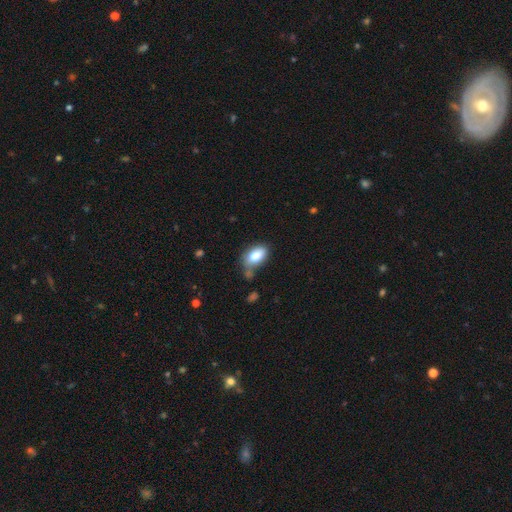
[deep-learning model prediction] The model was most divided on "merging": none: 50%, minor disturbance: 28%, merger: 13%, major disturbance: 9%. More confident: how rounded — in between (92%); smooth or featured — smooth (83%).